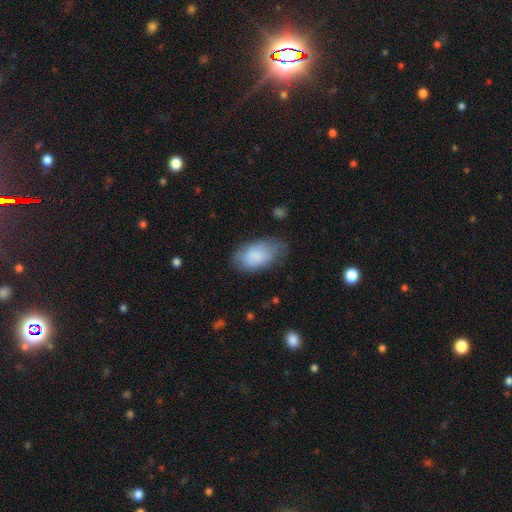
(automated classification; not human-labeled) Smooth or featured: smooth — 83% (featured or disk — 11%)
How rounded: in between — 94% (round — 5%)
Merging: none — 61% (minor disturbance — 28%)